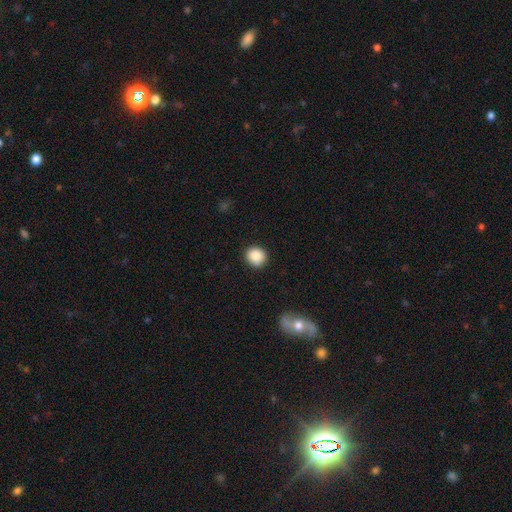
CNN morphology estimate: smooth-or-featured: smooth: 87% | star or artifact: 9% | featured or disk: 5%
  how-rounded: round: 88% | in between: 11% | cigar-shaped: 1%
  merging: none: 91% | minor disturbance: 6% | major disturbance: 2% | merger: 1%